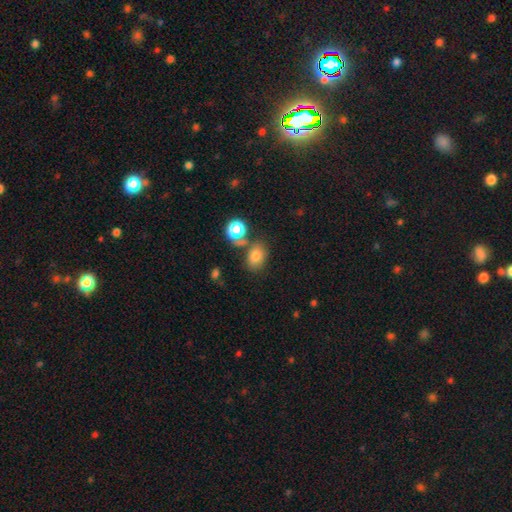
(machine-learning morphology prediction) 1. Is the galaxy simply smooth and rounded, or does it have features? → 77% smooth, 14% star or artifact, 10% featured or disk.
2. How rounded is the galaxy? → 71% in between, 28% round, 1% cigar-shaped.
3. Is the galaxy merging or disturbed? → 64% none, 16% merger, 15% minor disturbance, 6% major disturbance.